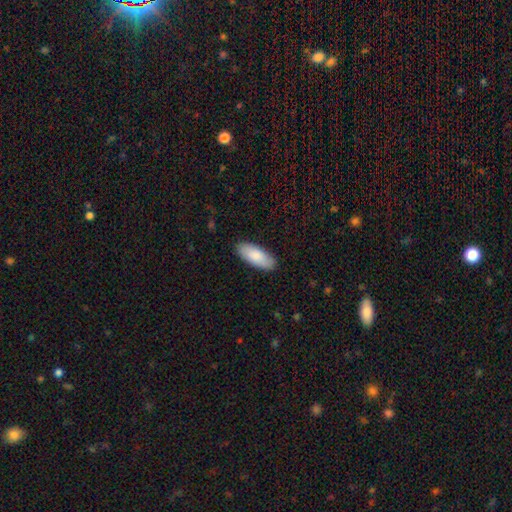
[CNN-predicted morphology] A smooth galaxy with no disk features (84%) that is in between round and cigar-shaped (83%). Merging: none (87%).